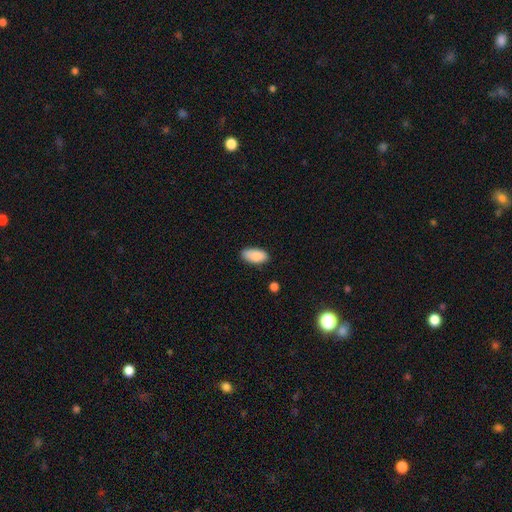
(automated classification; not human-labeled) A smooth galaxy with no disk features (88%) that is in between round and cigar-shaped (94%). Merging: none (81%).